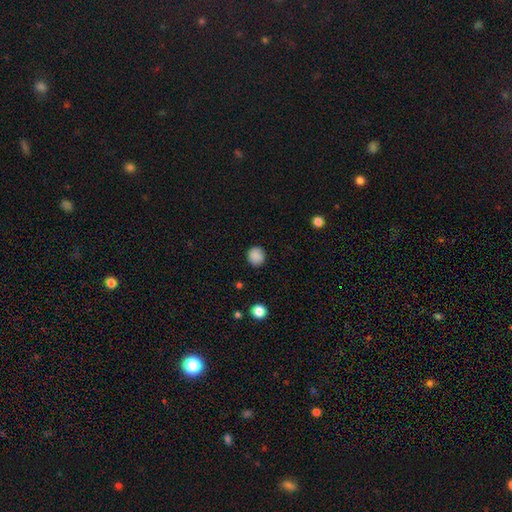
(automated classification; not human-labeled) This is clearly a smooth galaxy (88%). How rounded: clearly round (87%). Merging: clearly none (89%).